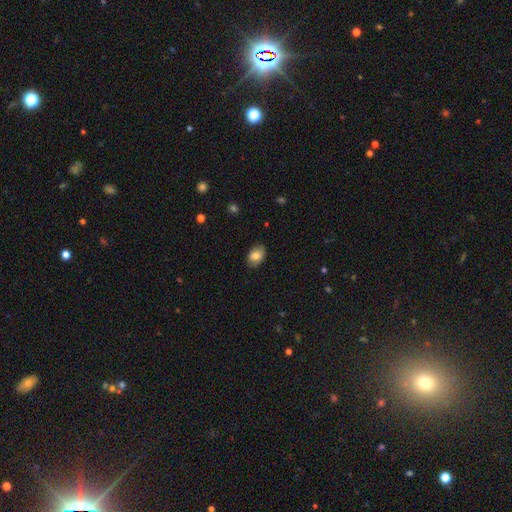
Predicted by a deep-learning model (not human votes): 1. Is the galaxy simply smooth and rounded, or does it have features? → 81% smooth, 11% featured or disk, 8% star or artifact.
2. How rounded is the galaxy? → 84% in between, 14% round, 1% cigar-shaped.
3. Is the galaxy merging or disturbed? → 84% none, 13% minor disturbance, 3% major disturbance, 1% merger.